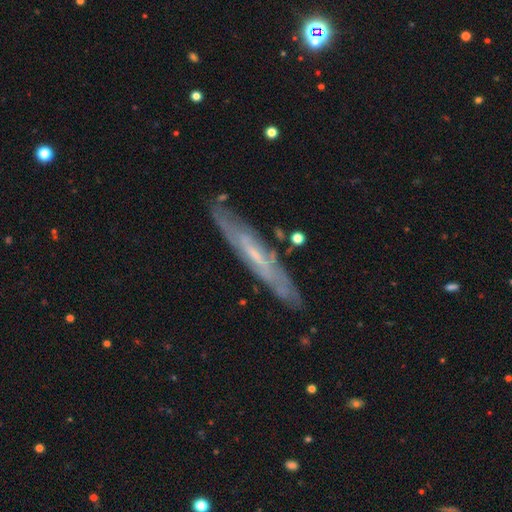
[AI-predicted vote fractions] Smooth or featured?
  - featured or disk: 70% *
  - smooth: 22%
  - star or artifact: 8%
Edge-on disk?
  - yes: 66% *
  - no: 34%
Merging?
  - none: 82% *
  - minor disturbance: 13%
  - major disturbance: 3%
  - merger: 2%